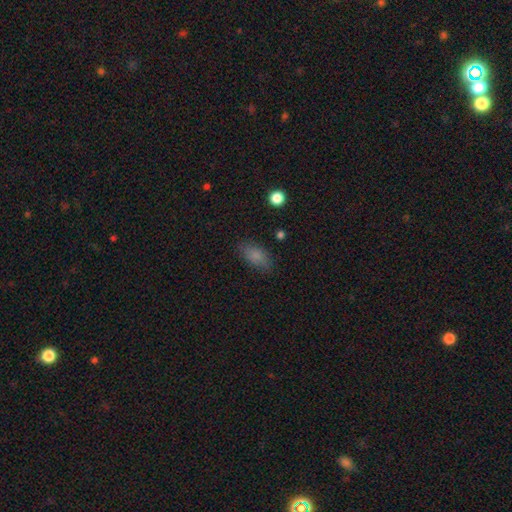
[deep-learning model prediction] A smooth galaxy with no disk features (82%) that is in between round and cigar-shaped (87%).

Vote fractions:
- Smooth or featured? smooth: 82% / star or artifact: 10% / featured or disk: 8%
- How rounded? in between: 87% / cigar-shaped: 8% / round: 4%
- Merging? none: 80% / minor disturbance: 14% / major disturbance: 4% / merger: 1%